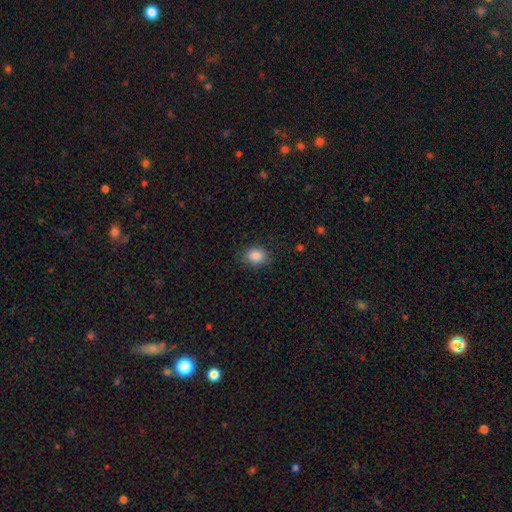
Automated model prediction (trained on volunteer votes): Q: Smooth or featured?
A: smooth (86%); runner-up: star or artifact (9%)
Q: How rounded?
A: in between (51%); runner-up: round (48%)
Q: Merging?
A: none (85%); runner-up: minor disturbance (11%)